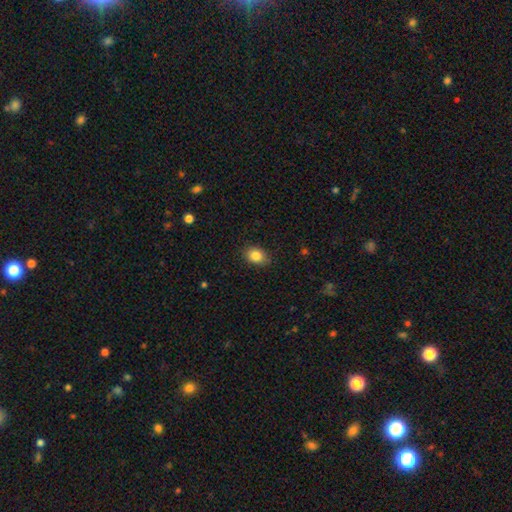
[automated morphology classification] This appears to be a smooth galaxy with no disk features (85%) that is in between round and cigar-shaped (66%). Merging: none (85%).